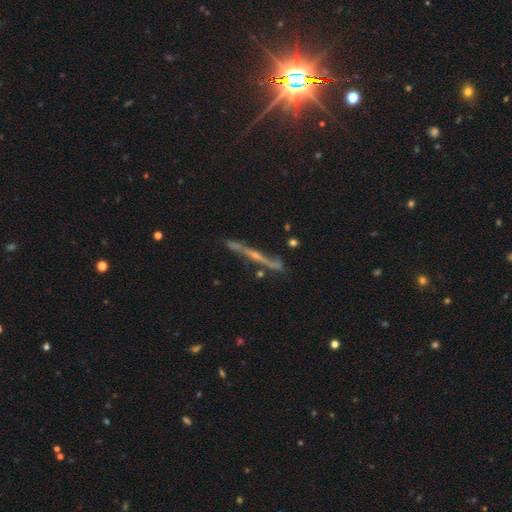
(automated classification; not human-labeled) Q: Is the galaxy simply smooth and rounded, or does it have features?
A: featured or disk — 77%.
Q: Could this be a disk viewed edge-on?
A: yes — 89%.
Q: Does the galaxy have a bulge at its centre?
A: rounded — 59%.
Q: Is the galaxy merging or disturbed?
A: none — 71%.